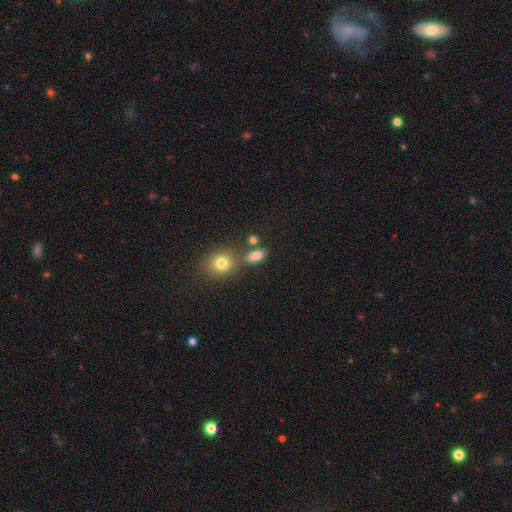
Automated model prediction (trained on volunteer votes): Smooth or featured? smooth (82%)
How rounded? in between (80%)
Merging? none (67%)